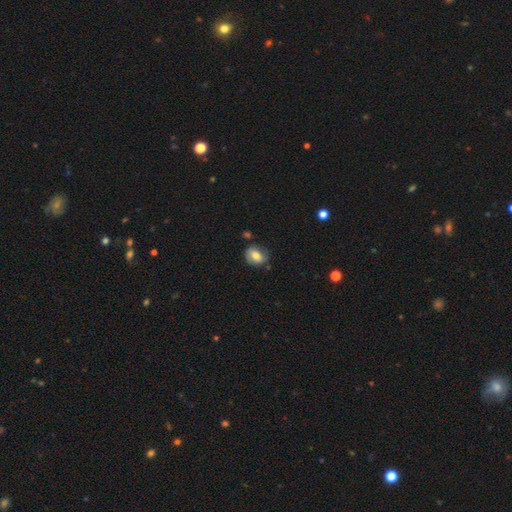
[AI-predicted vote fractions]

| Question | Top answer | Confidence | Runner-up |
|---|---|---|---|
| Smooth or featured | smooth | 69% | featured or disk (22%) |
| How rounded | in between | 59% | round (40%) |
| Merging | none | 69% | minor disturbance (21%) |